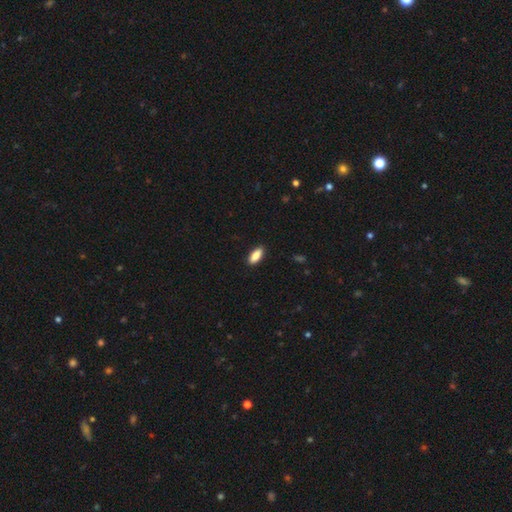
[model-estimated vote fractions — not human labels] Smooth or featured? smooth (87%)
How rounded? in between (80%)
Merging? none (89%)